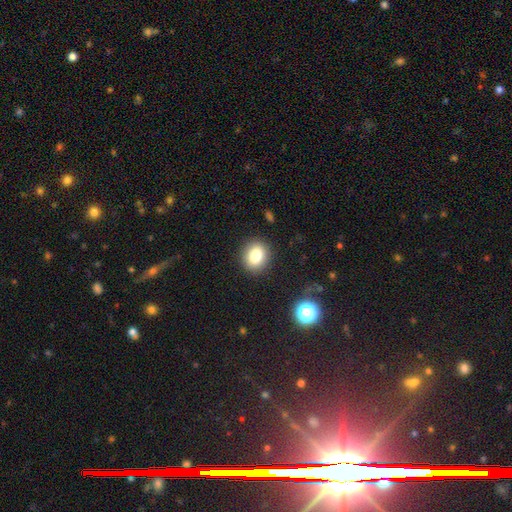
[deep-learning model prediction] Smooth or featured? Predicted: smooth (p=0.82). How rounded? Predicted: round (p=0.67). Merging? Predicted: none (p=0.89).